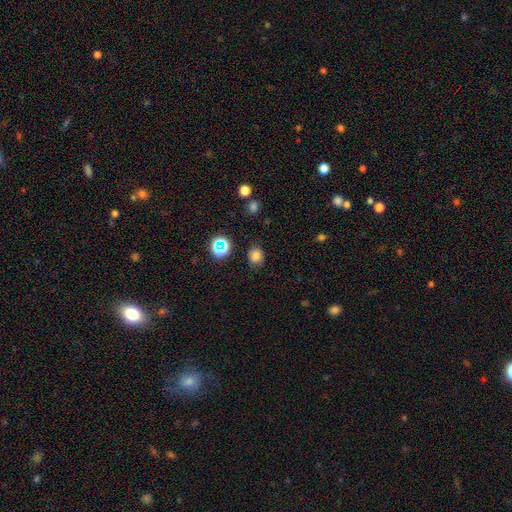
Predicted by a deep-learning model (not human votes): A smooth galaxy with no disk features (76%) that is round (63%).

Vote fractions:
- Smooth or featured? smooth: 76% / star or artifact: 18% / featured or disk: 7%
- How rounded? round: 63% / in between: 36% / cigar-shaped: 1%
- Merging? none: 82% / minor disturbance: 13% / major disturbance: 3% / merger: 2%